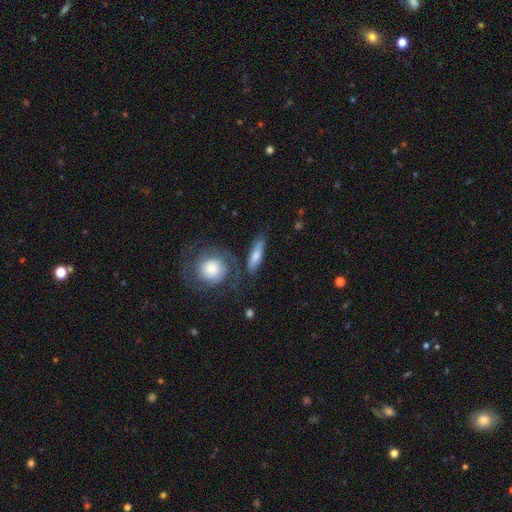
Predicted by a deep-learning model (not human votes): This is likely a smooth galaxy (62%). How rounded: possibly cigar-shaped (59%). Merging: likely none (65%).